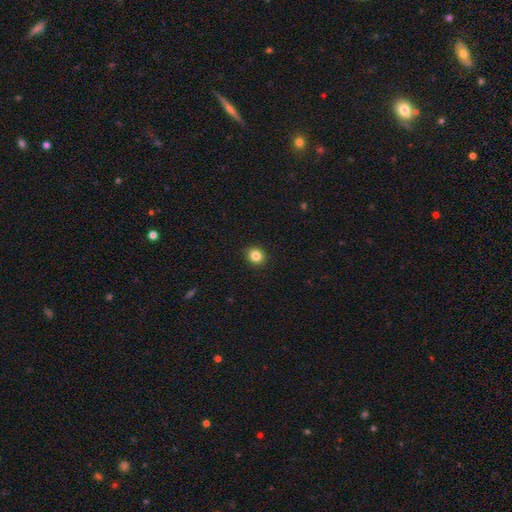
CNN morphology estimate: This appears to be a smooth galaxy with no disk features (83%) that is round (82%). Merging: none (91%).